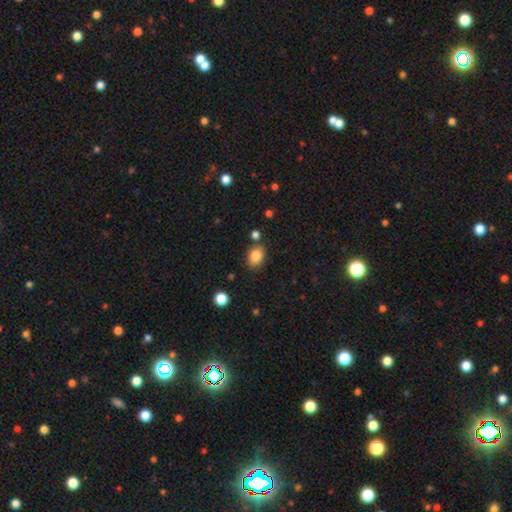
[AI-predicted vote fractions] A smooth galaxy with no disk features (85%) that is in between round and cigar-shaped (68%).

Vote fractions:
- Smooth or featured? smooth: 85% / star or artifact: 10% / featured or disk: 5%
- How rounded? in between: 68% / round: 31% / cigar-shaped: 1%
- Merging? none: 78% / minor disturbance: 13% / merger: 6% / major disturbance: 3%